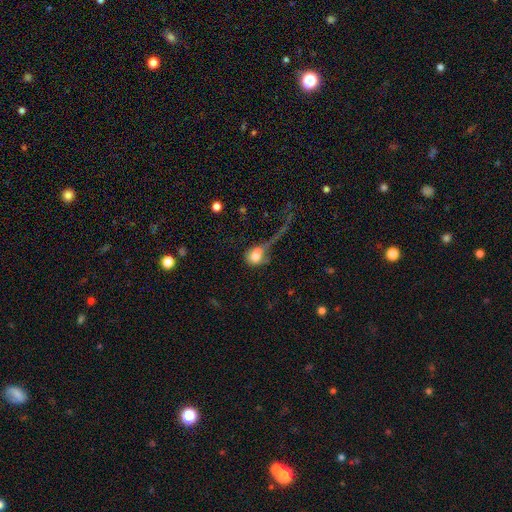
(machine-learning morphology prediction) This is likely a smooth galaxy (67%). How rounded: possibly in between (50%). Merging: possibly major disturbance (52%).